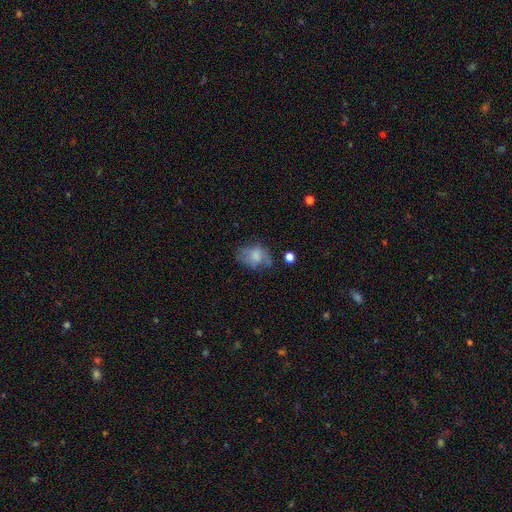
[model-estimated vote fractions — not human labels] Morphology: type=smooth (66%); roundness=in between (70%); merging=none (44%).